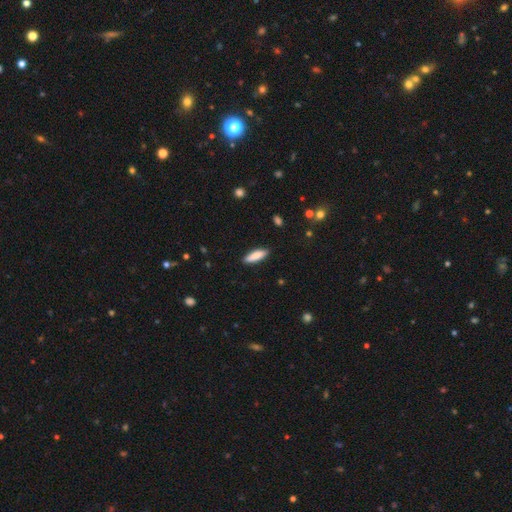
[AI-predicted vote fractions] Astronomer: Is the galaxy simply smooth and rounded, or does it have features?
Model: smooth — 83%.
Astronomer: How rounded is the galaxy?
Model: cigar-shaped — 55% (runner-up: in between, 43%).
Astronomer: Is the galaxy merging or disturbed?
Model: none — 88%.